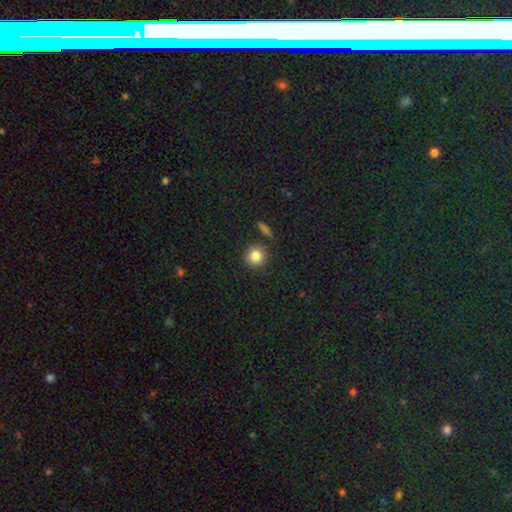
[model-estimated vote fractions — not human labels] A smooth galaxy with no disk features (83%) that is round (92%).

Vote fractions:
- Smooth or featured? smooth: 83% / star or artifact: 10% / featured or disk: 7%
- How rounded? round: 92% / in between: 7% / cigar-shaped: 1%
- Merging? none: 84% / minor disturbance: 9% / merger: 4% / major disturbance: 2%